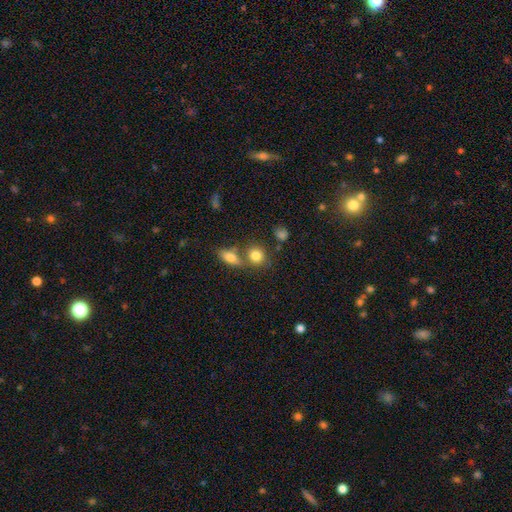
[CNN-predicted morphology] The model was most divided on "merging": none: 58%, merger: 28%, minor disturbance: 11%, major disturbance: 4%. More confident: smooth or featured — smooth (82%); how rounded — round (72%).